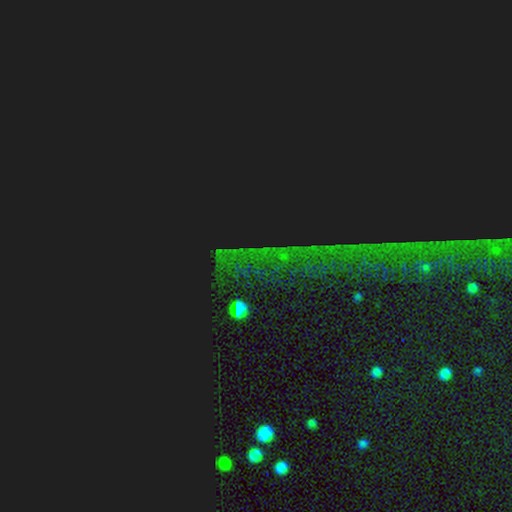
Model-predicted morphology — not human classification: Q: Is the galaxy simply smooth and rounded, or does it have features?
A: star or artifact — 86%.